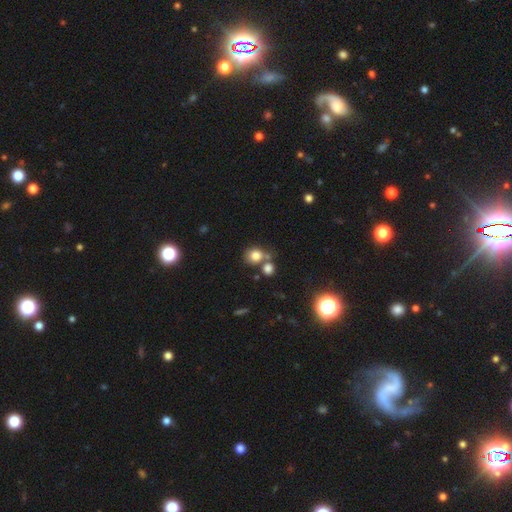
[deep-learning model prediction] Morphology: type=smooth (78%); roundness=round (76%); merging=none (52%).